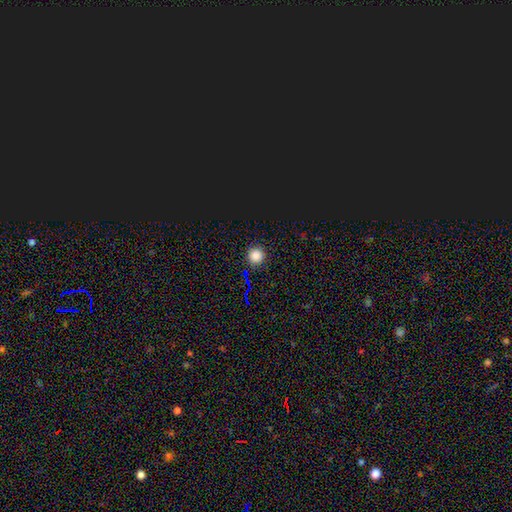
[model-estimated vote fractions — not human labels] smooth 77%, star or artifact 18%, featured or disk 4%. Down the decision tree: how rounded — round (95%); merging — none (90%).